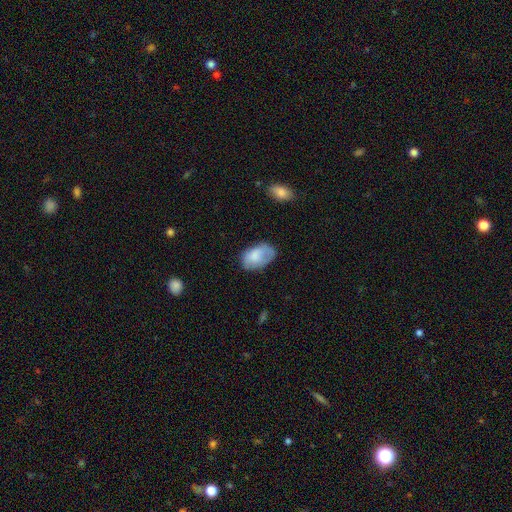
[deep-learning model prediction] The model was most divided on "merging": none: 57%, minor disturbance: 30%, major disturbance: 10%, merger: 2%. More confident: how rounded — in between (91%); smooth or featured — smooth (77%).